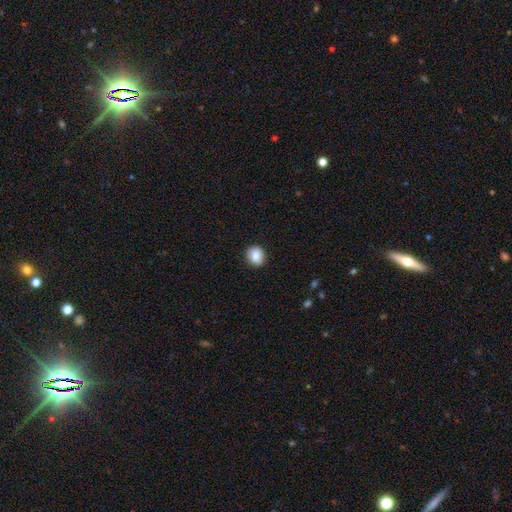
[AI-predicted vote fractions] smooth 86%, star or artifact 8%, featured or disk 5%. Down the decision tree: how rounded — round (79%); merging — none (90%).